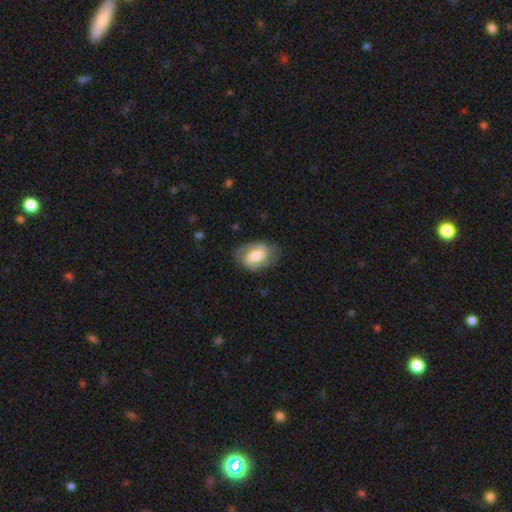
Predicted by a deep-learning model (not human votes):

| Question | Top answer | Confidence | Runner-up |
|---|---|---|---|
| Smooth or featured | featured or disk | 54% | smooth (39%) |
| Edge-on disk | no | 96% | yes (4%) |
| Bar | no | 45% | weak (39%) |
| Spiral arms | yes | 82% | no (18%) |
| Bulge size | moderate | 53% | small (22%) |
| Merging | none | 71% | minor disturbance (19%) |